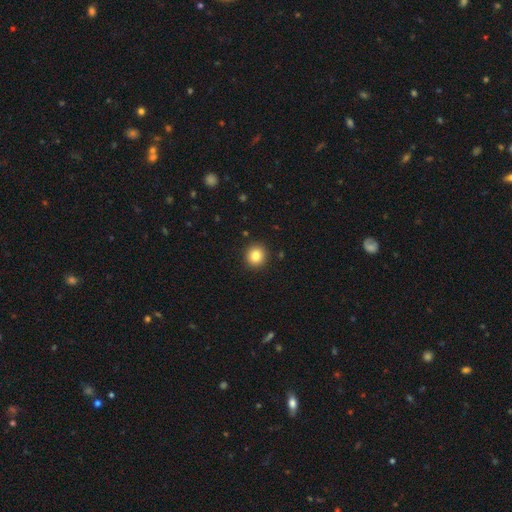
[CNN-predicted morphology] smooth-or-featured: smooth: 83% | star or artifact: 10% | featured or disk: 6%
  how-rounded: round: 91% | in between: 8% | cigar-shaped: 1%
  merging: none: 92% | minor disturbance: 5% | major disturbance: 2% | merger: 1%